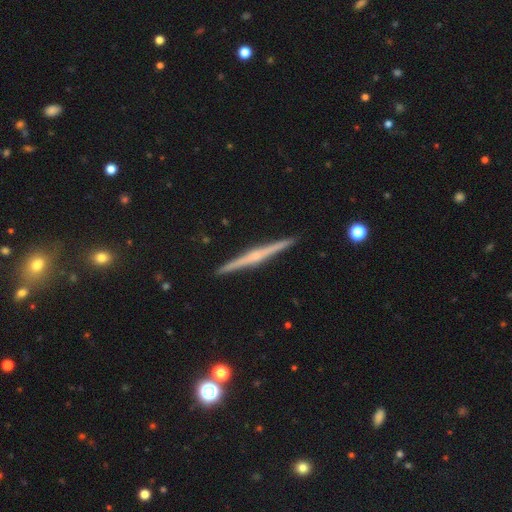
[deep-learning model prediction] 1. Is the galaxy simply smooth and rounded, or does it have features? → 79% featured or disk, 15% smooth, 6% star or artifact.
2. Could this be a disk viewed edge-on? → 99% yes, 1% no.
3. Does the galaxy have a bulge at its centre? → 61% rounded, 27% none, 12% boxy.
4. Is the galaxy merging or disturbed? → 93% none, 5% minor disturbance, 1% merger, 1% major disturbance.